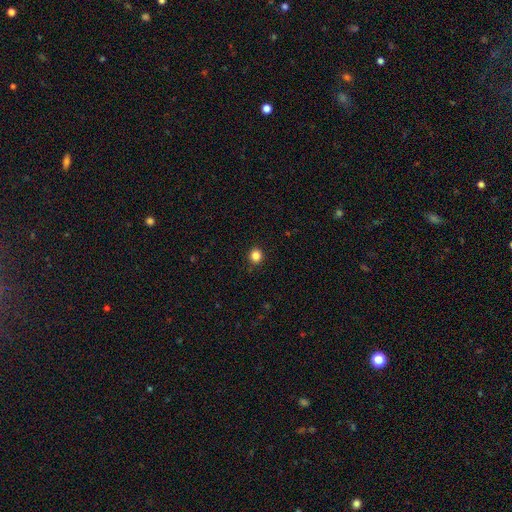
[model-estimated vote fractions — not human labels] smooth_or_featured: smooth (p=0.85) [alt: star or artifact p=0.11]
how_rounded: round (p=0.86) [alt: in between p=0.14]
merging: none (p=0.91) [alt: minor disturbance p=0.06]